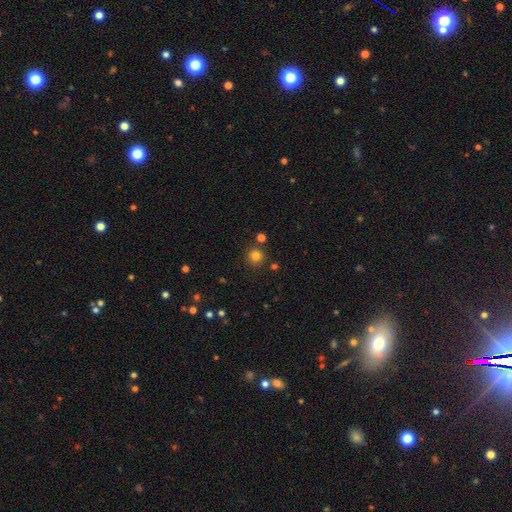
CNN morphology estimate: A smooth galaxy with no disk features (80%) that is round (93%).

Vote fractions:
- Smooth or featured? smooth: 80% / star or artifact: 15% / featured or disk: 5%
- How rounded? round: 93% / in between: 6% / cigar-shaped: 1%
- Merging? none: 83% / minor disturbance: 8% / merger: 7% / major disturbance: 3%